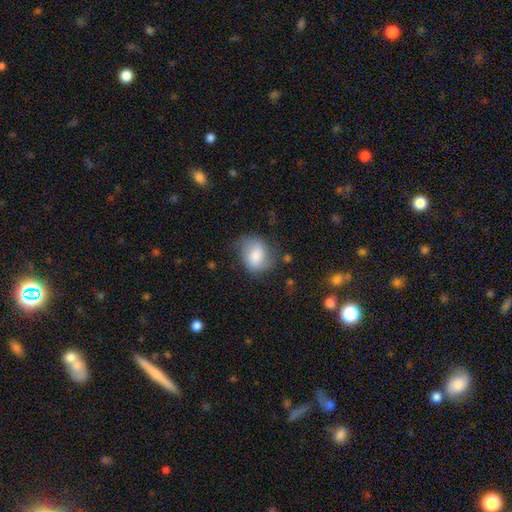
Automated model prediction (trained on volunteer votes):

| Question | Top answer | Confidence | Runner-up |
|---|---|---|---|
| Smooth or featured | smooth | 64% | featured or disk (28%) |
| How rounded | in between | 50% | round (49%) |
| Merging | none | 57% | minor disturbance (28%) |